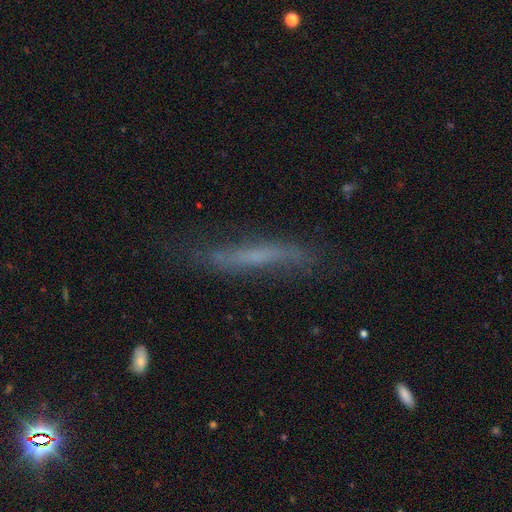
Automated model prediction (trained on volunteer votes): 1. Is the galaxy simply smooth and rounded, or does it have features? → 49% featured or disk, 41% smooth, 10% star or artifact.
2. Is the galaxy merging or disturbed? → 64% none, 25% minor disturbance, 9% major disturbance, 2% merger.